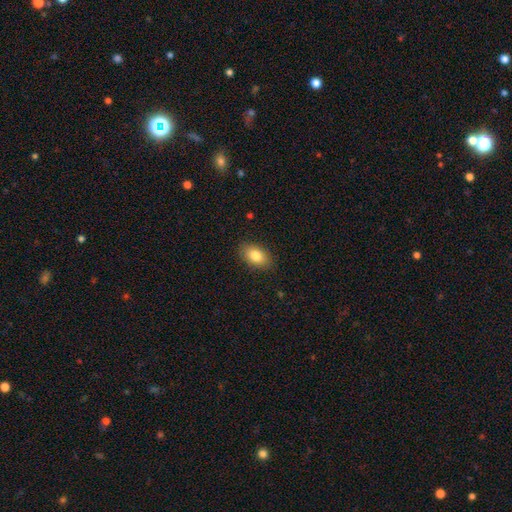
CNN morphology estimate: smooth_or_featured: smooth (p=0.83) [alt: featured or disk p=0.09]
how_rounded: in between (p=0.90) [alt: round p=0.09]
merging: none (p=0.87) [alt: minor disturbance p=0.09]